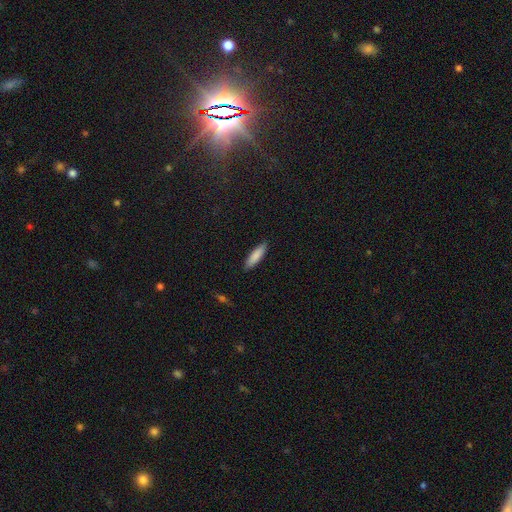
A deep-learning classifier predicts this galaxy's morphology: This is clearly a smooth galaxy (85%). How rounded: likely cigar-shaped (68%). Merging: clearly none (88%).